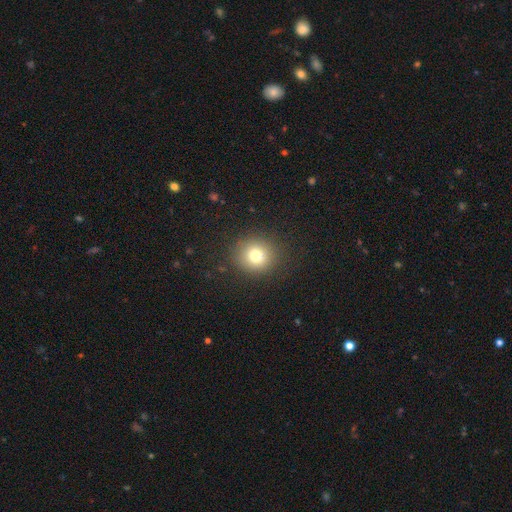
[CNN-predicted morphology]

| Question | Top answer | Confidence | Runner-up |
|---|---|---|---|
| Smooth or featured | smooth | 78% | star or artifact (13%) |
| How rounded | round | 88% | in between (11%) |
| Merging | none | 88% | minor disturbance (8%) |